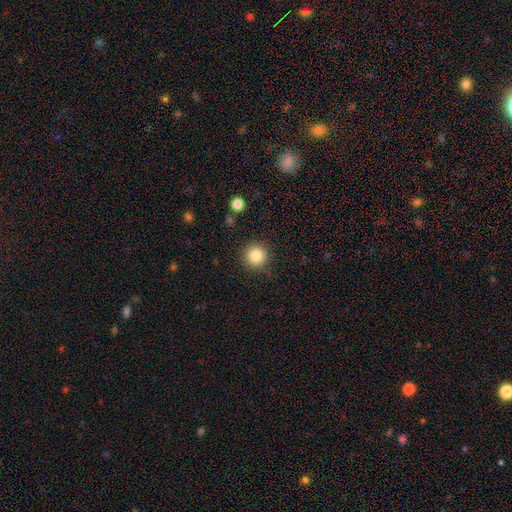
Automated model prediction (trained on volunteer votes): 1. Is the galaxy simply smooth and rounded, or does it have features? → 86% smooth, 10% star or artifact, 5% featured or disk.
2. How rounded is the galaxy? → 95% round, 4% in between, 1% cigar-shaped.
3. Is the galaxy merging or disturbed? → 90% none, 6% minor disturbance, 2% major disturbance, 2% merger.